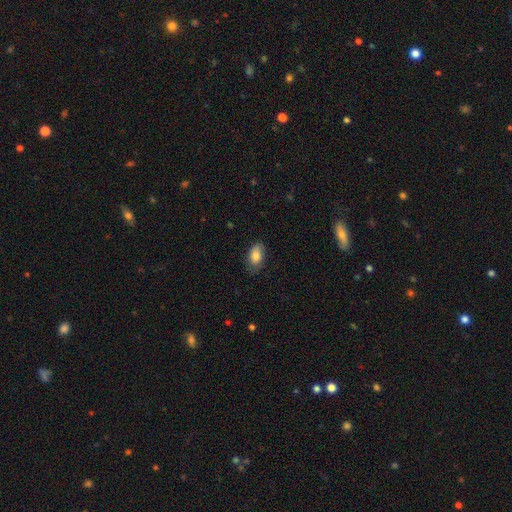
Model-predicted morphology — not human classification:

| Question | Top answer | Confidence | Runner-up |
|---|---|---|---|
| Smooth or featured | smooth | 81% | featured or disk (11%) |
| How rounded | in between | 92% | round (6%) |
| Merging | none | 74% | minor disturbance (21%) |